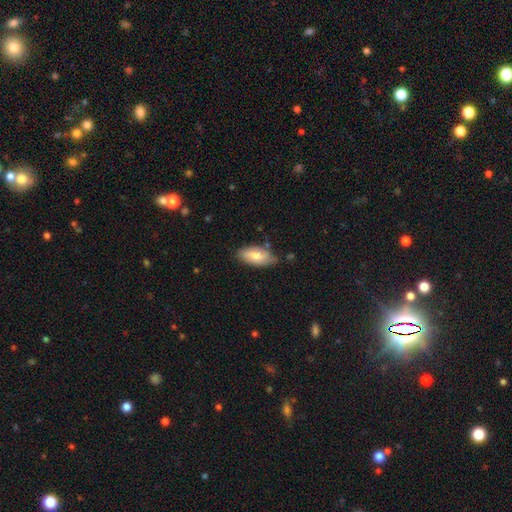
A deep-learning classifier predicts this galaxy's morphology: Q: Smooth or featured?
A: smooth (70%); runner-up: featured or disk (24%)
Q: How rounded?
A: in between (90%); runner-up: cigar-shaped (7%)
Q: Merging?
A: none (66%); runner-up: minor disturbance (26%)